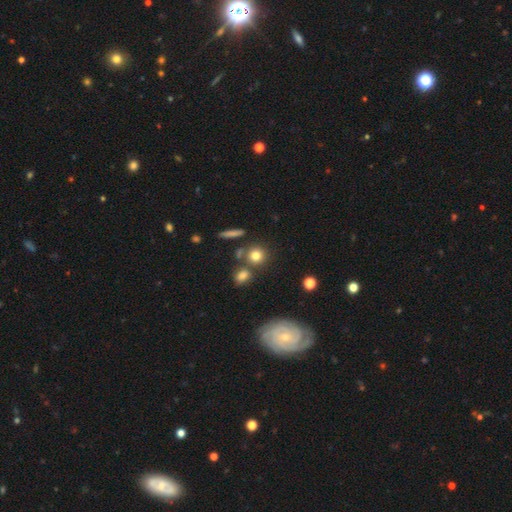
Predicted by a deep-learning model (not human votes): Smooth or featured? Predicted: smooth (p=0.77). How rounded? Predicted: round (p=0.83). Merging? Predicted: none (p=0.71).